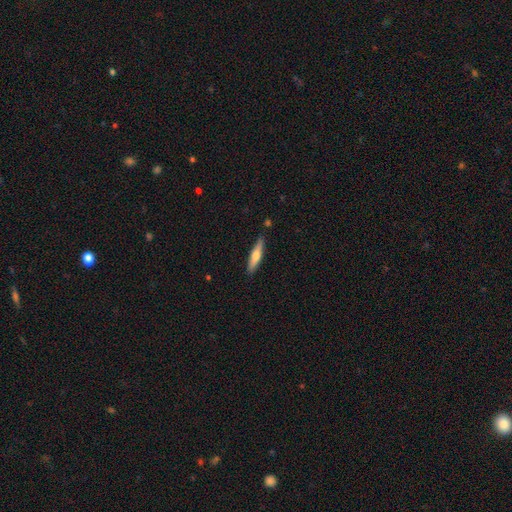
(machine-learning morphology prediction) smooth-or-featured: smooth: 58% | featured or disk: 36% | star or artifact: 6%
  how-rounded: cigar-shaped: 82% | in between: 17% | round: 2%
  merging: none: 85% | minor disturbance: 11% | merger: 2% | major disturbance: 2%